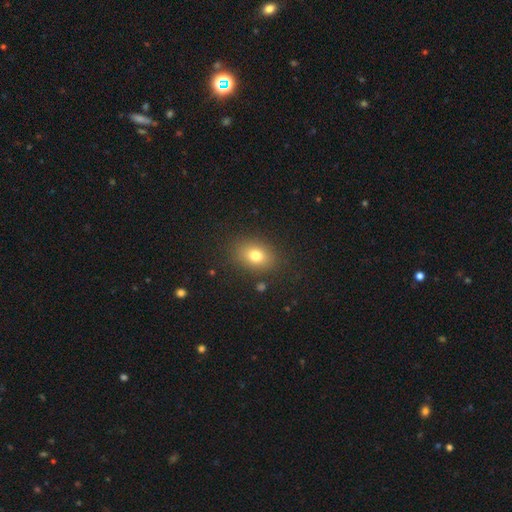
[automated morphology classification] Q: Smooth or featured?
A: smooth (77%); runner-up: star or artifact (12%)
Q: How rounded?
A: in between (67%); runner-up: round (31%)
Q: Merging?
A: none (85%); runner-up: minor disturbance (10%)